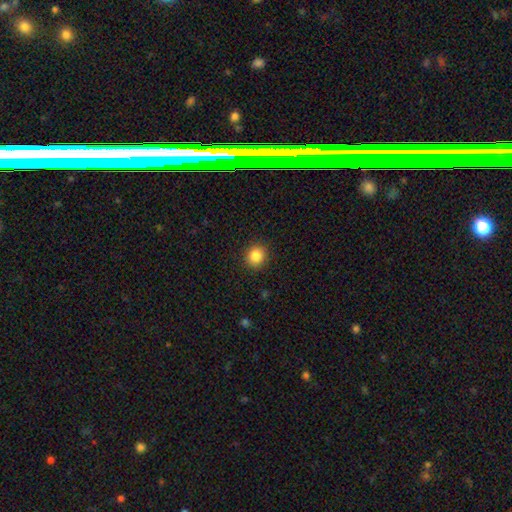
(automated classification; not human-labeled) This is clearly a smooth galaxy (85%). How rounded: clearly round (85%). Merging: clearly none (91%).